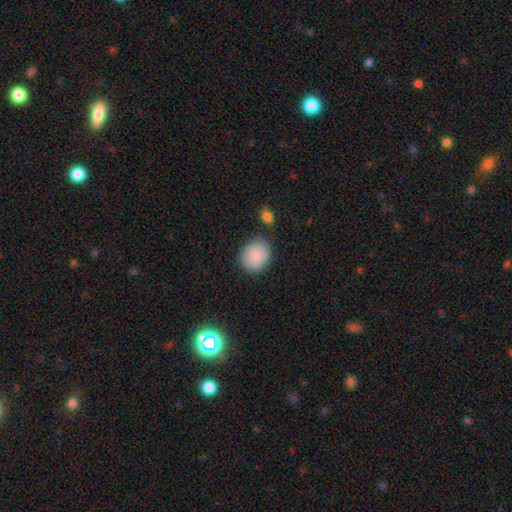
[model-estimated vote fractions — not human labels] A smooth galaxy with no disk features (88%) that is round (70%).

Vote fractions:
- Smooth or featured? smooth: 88% / star or artifact: 7% / featured or disk: 6%
- How rounded? round: 70% / in between: 29% / cigar-shaped: 1%
- Merging? none: 77% / minor disturbance: 15% / merger: 5% / major disturbance: 4%